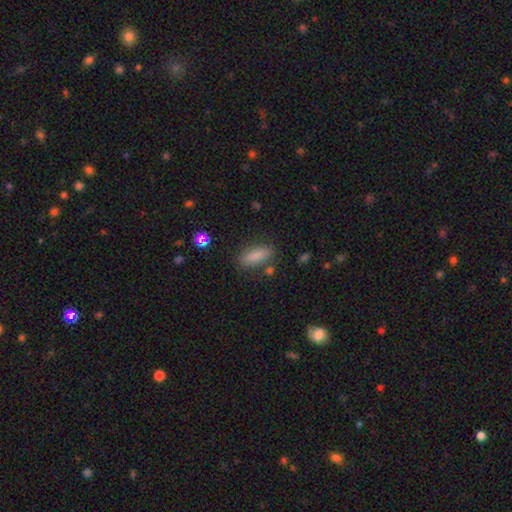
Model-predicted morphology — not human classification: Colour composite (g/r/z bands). It shows a smooth galaxy with no disk features (84%) that is in between round and cigar-shaped (65%). Merging: none (81%).